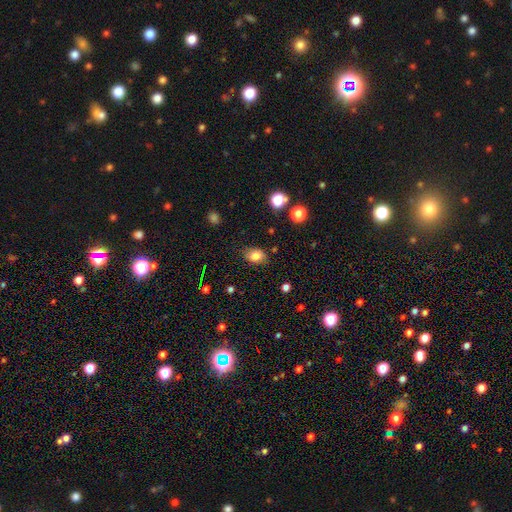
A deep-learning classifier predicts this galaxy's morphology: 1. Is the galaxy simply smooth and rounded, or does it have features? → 81% smooth, 10% star or artifact, 8% featured or disk.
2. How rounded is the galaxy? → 74% in between, 25% round, 1% cigar-shaped.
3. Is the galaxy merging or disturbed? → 78% none, 17% minor disturbance, 4% major disturbance, 2% merger.